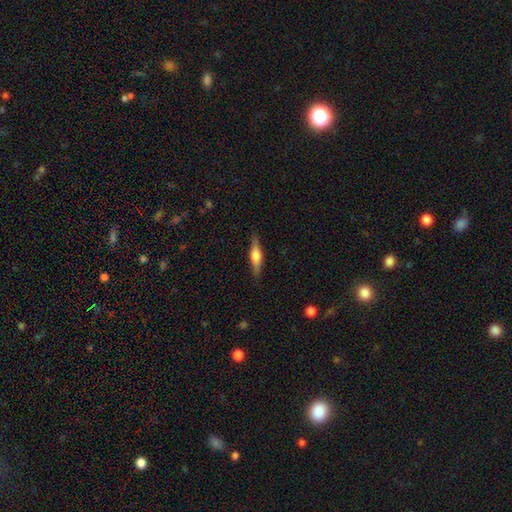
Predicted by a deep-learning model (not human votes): smooth-or-featured: featured or disk: 50% | smooth: 44% | star or artifact: 6%
  disk-edge-on: yes: 95% | no: 5%
  merging: none: 88% | minor disturbance: 9% | major disturbance: 2% | merger: 1%